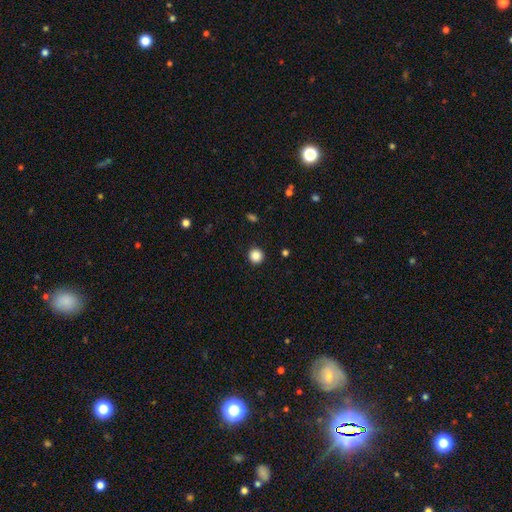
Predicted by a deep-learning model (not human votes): Smooth or featured?
  - smooth: 87% *
  - star or artifact: 10%
  - featured or disk: 3%
How rounded?
  - round: 95% *
  - in between: 4%
  - cigar-shaped: 1%
Merging?
  - none: 93% *
  - minor disturbance: 4%
  - major disturbance: 2%
  - merger: 1%